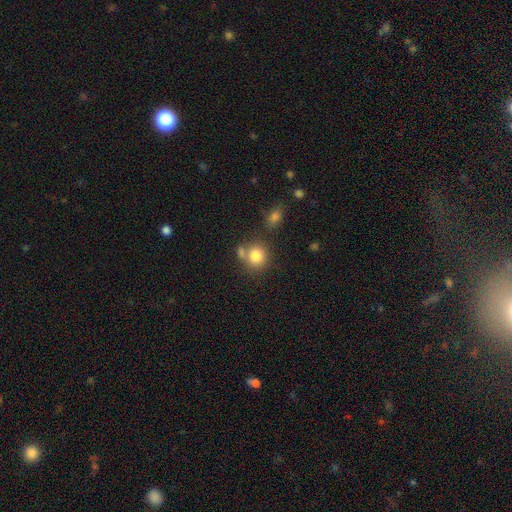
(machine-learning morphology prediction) Smooth or featured? smooth (82%)
How rounded? round (82%)
Merging? none (57%)